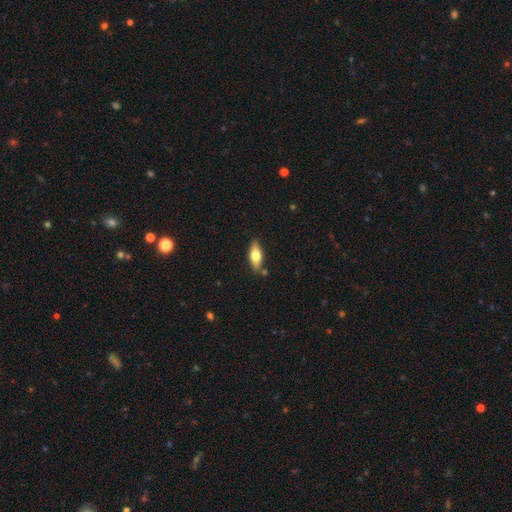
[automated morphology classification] Smooth or featured: smooth — 64% (featured or disk — 30%)
How rounded: in between — 76% (cigar-shaped — 21%)
Merging: none — 82% (minor disturbance — 12%)